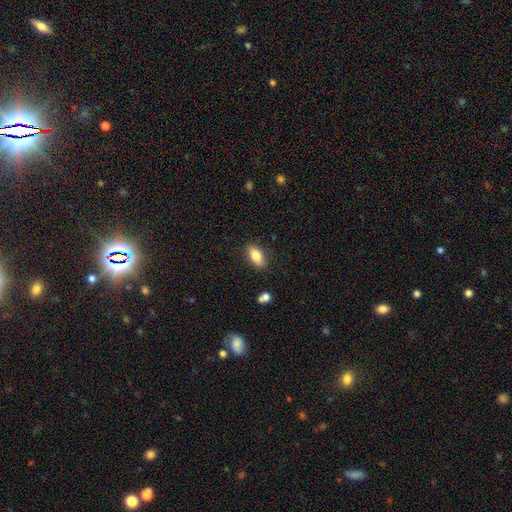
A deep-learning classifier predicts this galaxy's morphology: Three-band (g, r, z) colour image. It shows a smooth galaxy with no disk features (80%) that is in between round and cigar-shaped (87%). Merging: none (86%).